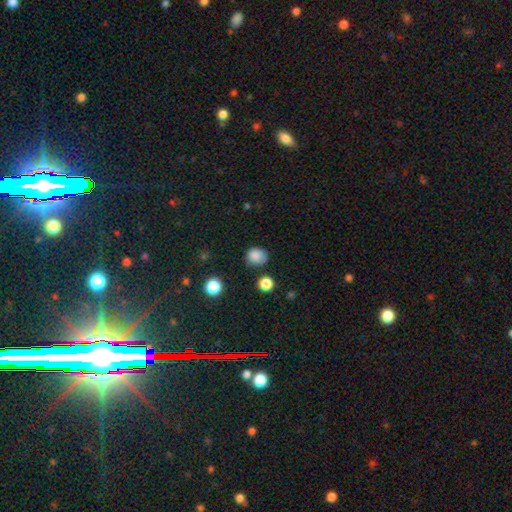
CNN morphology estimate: smooth-or-featured: smooth: 84% | star or artifact: 11% | featured or disk: 4%
  how-rounded: round: 70% | in between: 29% | cigar-shaped: 1%
  merging: none: 71% | minor disturbance: 20% | major disturbance: 5% | merger: 4%